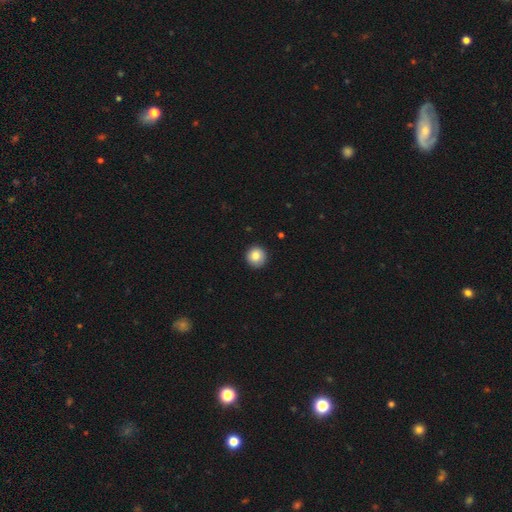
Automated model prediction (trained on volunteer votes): Smooth or featured? Predicted: smooth (p=0.85). How rounded? Predicted: round (p=0.95). Merging? Predicted: none (p=0.90).